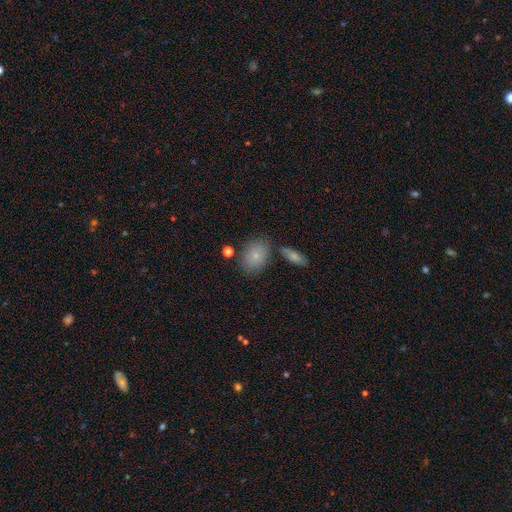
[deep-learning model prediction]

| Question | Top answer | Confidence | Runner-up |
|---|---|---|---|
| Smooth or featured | smooth | 79% | featured or disk (12%) |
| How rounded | in between | 65% | round (33%) |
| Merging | none | 72% | minor disturbance (14%) |